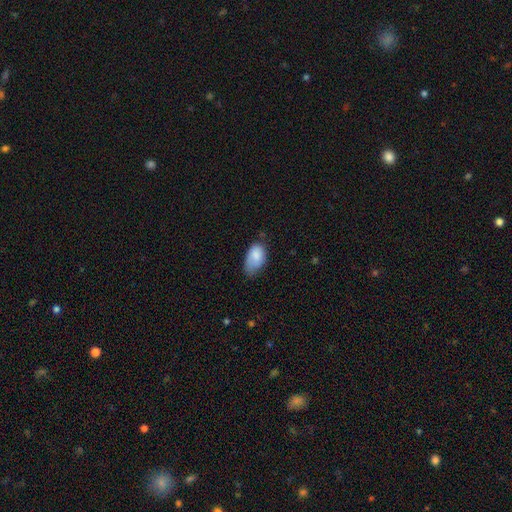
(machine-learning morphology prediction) A smooth galaxy with no disk features (83%) that is in between round and cigar-shaped (93%).

Vote fractions:
- Smooth or featured? smooth: 83% / featured or disk: 10% / star or artifact: 7%
- How rounded? in between: 93% / round: 6% / cigar-shaped: 2%
- Merging? minor disturbance: 46% / none: 37% / major disturbance: 14% / merger: 2%